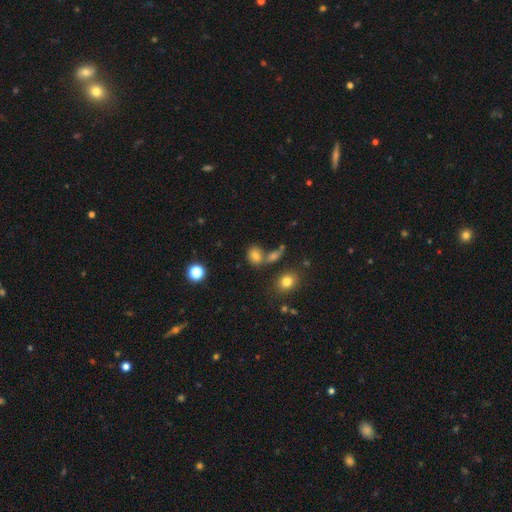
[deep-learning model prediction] A smooth galaxy with no disk features (77%) that is round (52%).

Vote fractions:
- Smooth or featured? smooth: 77% / star or artifact: 13% / featured or disk: 10%
- How rounded? round: 52% / in between: 46% / cigar-shaped: 2%
- Merging? none: 53% / merger: 29% / minor disturbance: 12% / major disturbance: 6%